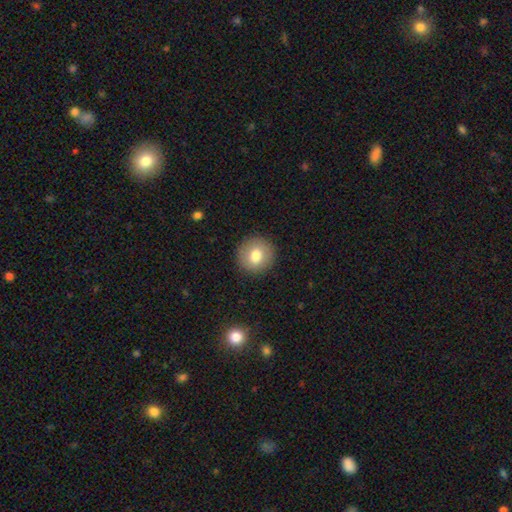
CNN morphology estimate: type=smooth (77%); roundness=round (92%); merging=none (90%).